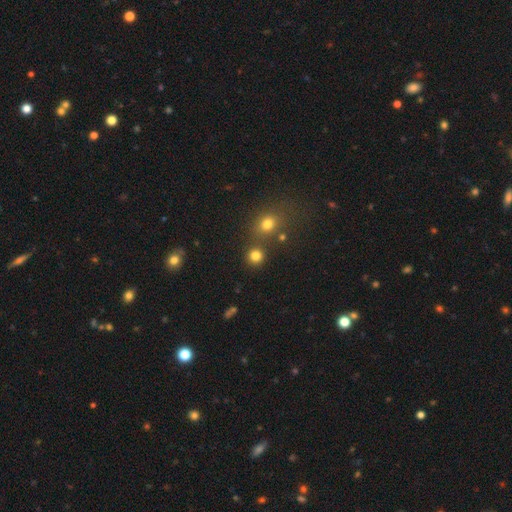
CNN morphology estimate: This appears to be a smooth galaxy with no disk features (80%) that is round (90%). Merging: none (78%).